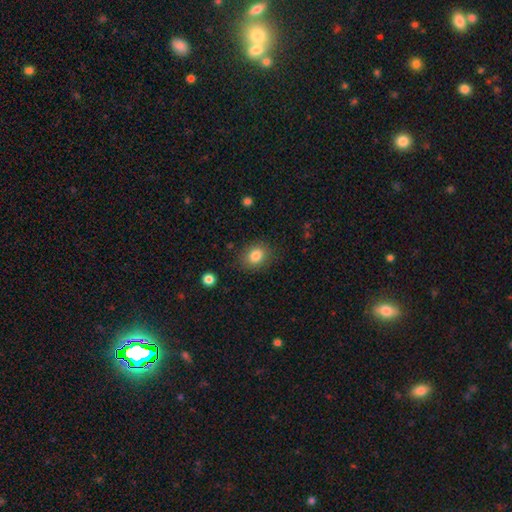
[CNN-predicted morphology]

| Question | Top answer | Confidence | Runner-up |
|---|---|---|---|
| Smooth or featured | smooth | 83% | star or artifact (10%) |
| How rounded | round | 50% | in between (49%) |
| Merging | none | 83% | minor disturbance (12%) |